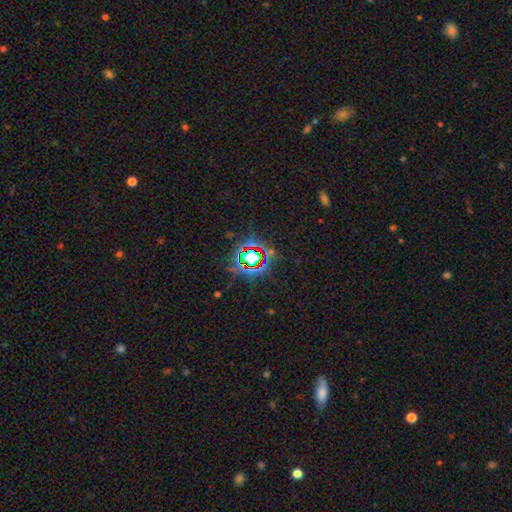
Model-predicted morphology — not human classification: Smooth or featured? star or artifact (76%)